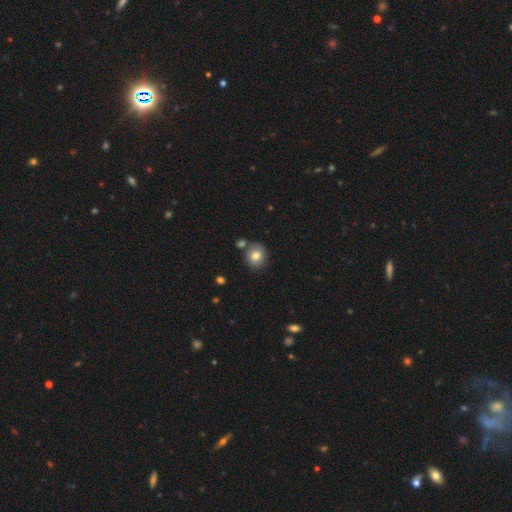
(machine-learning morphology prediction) A smooth galaxy with no disk features (80%) that is round (79%).

Vote fractions:
- Smooth or featured? smooth: 80% / featured or disk: 10% / star or artifact: 10%
- How rounded? round: 79% / in between: 20% / cigar-shaped: 1%
- Merging? none: 75% / merger: 12% / minor disturbance: 11% / major disturbance: 3%